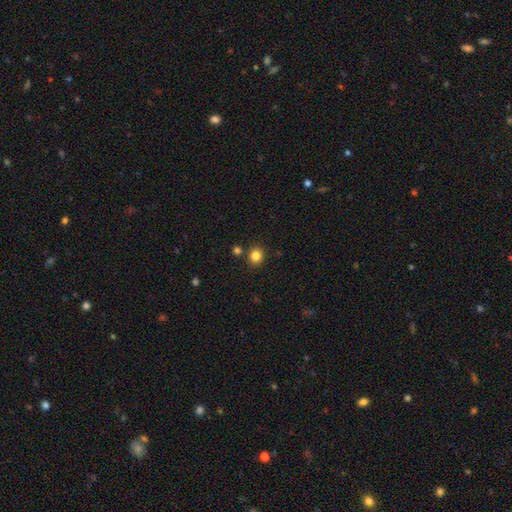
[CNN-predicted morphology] A smooth galaxy with no disk features (83%) that is round (83%). Merging: none (86%).